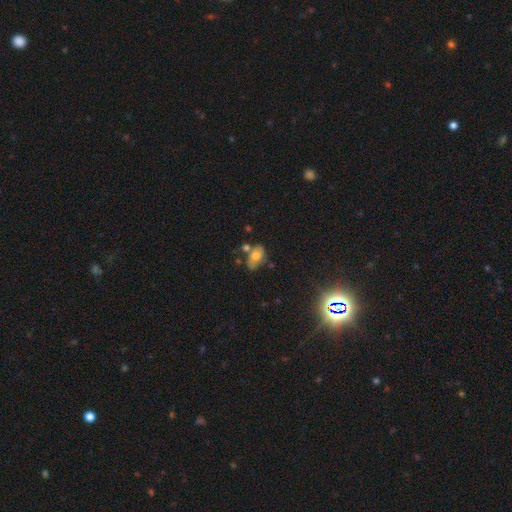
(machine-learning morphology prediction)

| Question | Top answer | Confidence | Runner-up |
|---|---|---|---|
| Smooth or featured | smooth | 57% | featured or disk (32%) |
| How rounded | in between | 86% | round (12%) |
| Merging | none | 49% | minor disturbance (23%) |